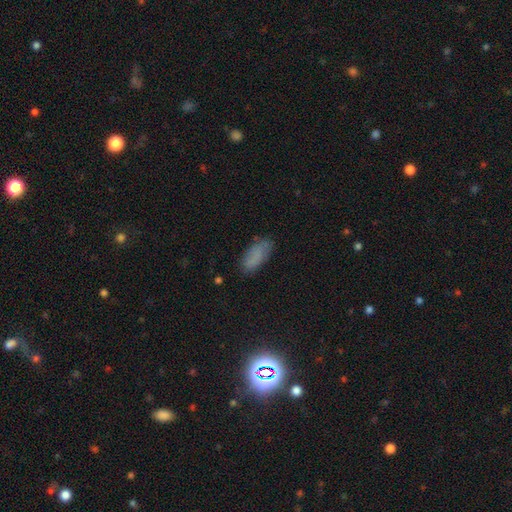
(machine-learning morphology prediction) A smooth galaxy with no disk features (82%) that is in between round and cigar-shaped (82%).

Vote fractions:
- Smooth or featured? smooth: 82% / star or artifact: 10% / featured or disk: 9%
- How rounded? in between: 82% / cigar-shaped: 16% / round: 2%
- Merging? none: 77% / minor disturbance: 17% / major disturbance: 5% / merger: 2%